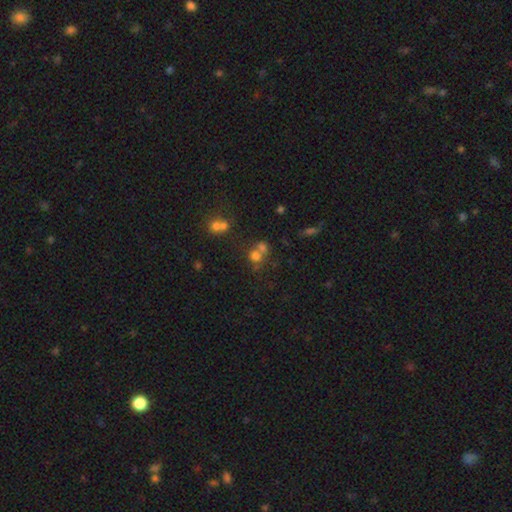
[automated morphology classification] This is likely a smooth galaxy (66%). How rounded: clearly round (84%). Merging: marginally none (45%).